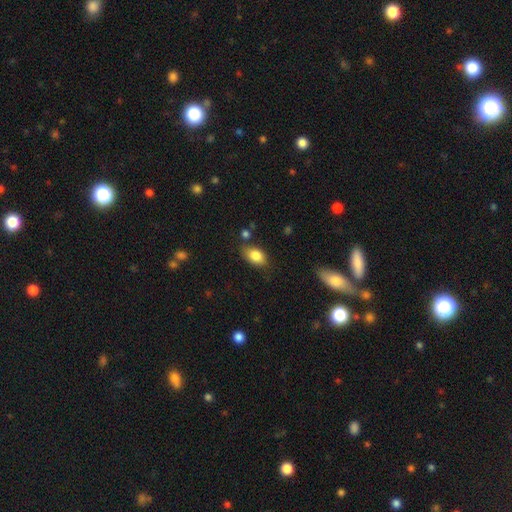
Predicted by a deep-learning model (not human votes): Overall: smooth (84%). How rounded: in between (87%). Merging: none (73%).